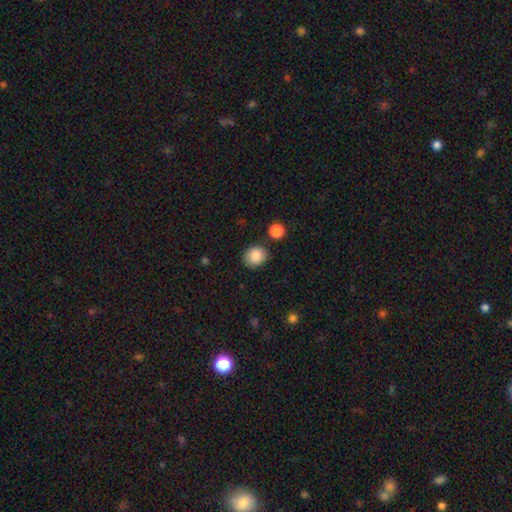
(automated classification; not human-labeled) smooth_or_featured: smooth (p=0.86) [alt: star or artifact p=0.09]
how_rounded: round (p=0.67) [alt: in between p=0.32]
merging: none (p=0.81) [alt: minor disturbance p=0.12]